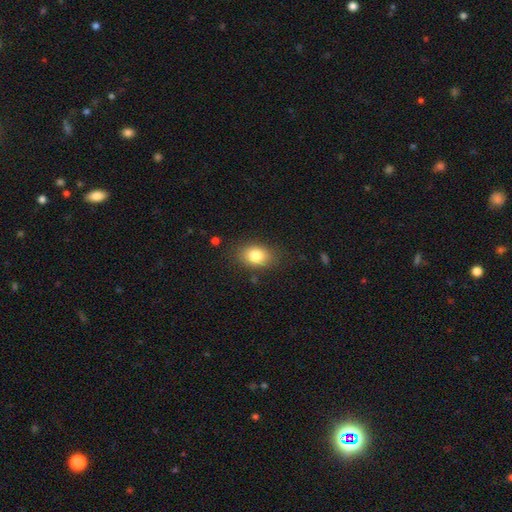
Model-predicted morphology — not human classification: Q: Smooth or featured?
A: smooth (81%); runner-up: featured or disk (10%)
Q: How rounded?
A: in between (75%); runner-up: round (24%)
Q: Merging?
A: none (82%); runner-up: minor disturbance (13%)